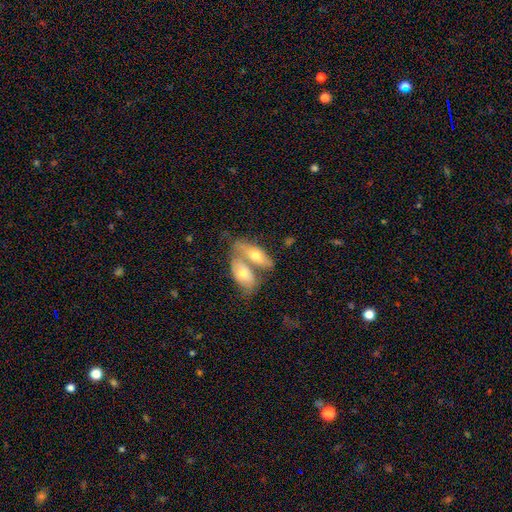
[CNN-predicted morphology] Smooth or featured? smooth (56%)
How rounded? in between (77%)
Merging? merger (62%)